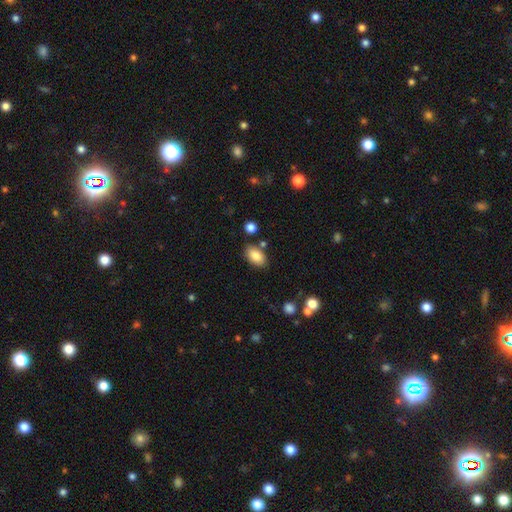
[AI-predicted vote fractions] The model was most divided on "merging": none: 79%, minor disturbance: 12%, merger: 6%, major disturbance: 3%. More confident: how rounded — in between (92%); smooth or featured — smooth (85%).